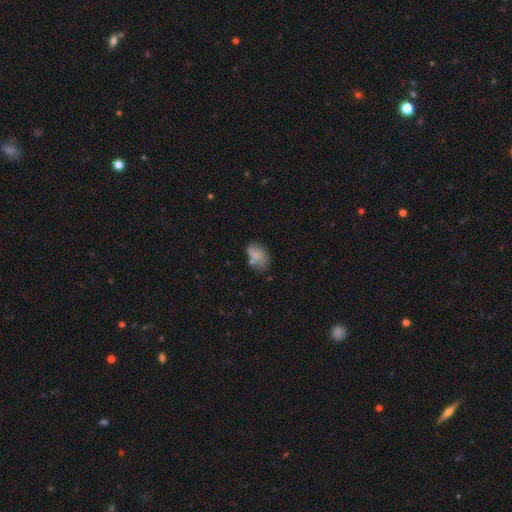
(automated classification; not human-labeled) The model was most divided on "merging": none: 42%, minor disturbance: 27%, major disturbance: 18%, merger: 13%. More confident: how rounded — in between (80%); smooth or featured — smooth (65%).